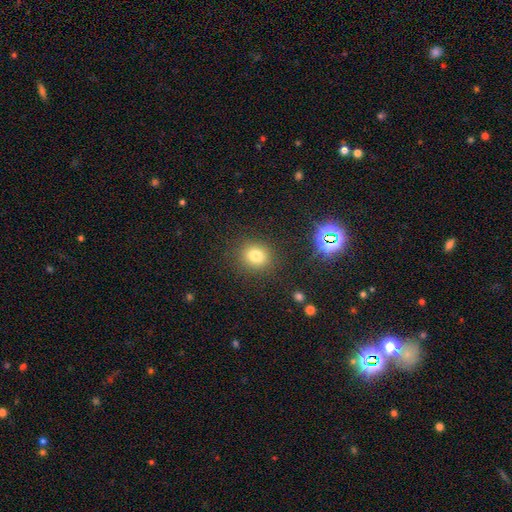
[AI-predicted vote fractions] A smooth galaxy with no disk features (77%) that is round (80%). Merging: none (87%).